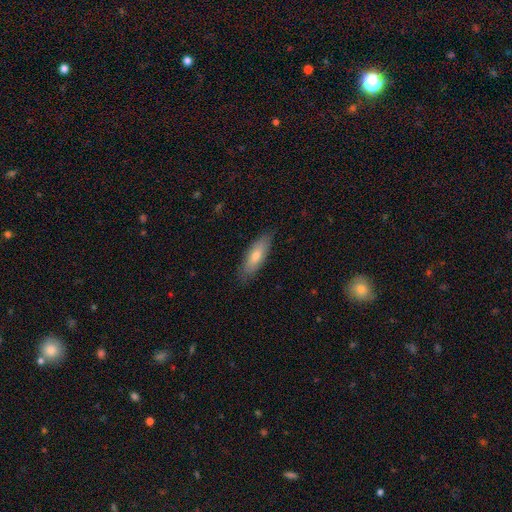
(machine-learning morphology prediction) smooth 69%, featured or disk 25%, star or artifact 6%. Down the decision tree: how rounded — in between (57%); merging — none (84%).